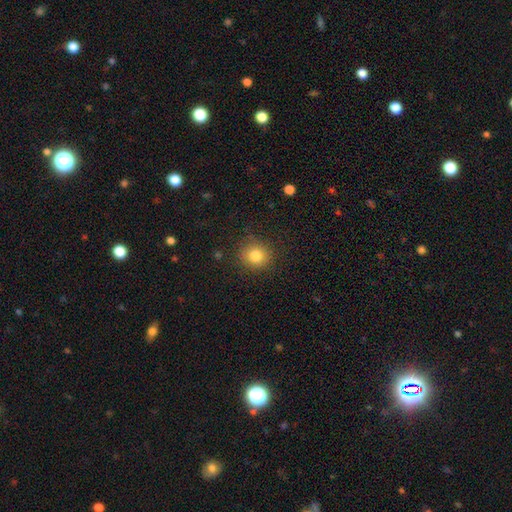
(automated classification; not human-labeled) Smooth or featured? smooth (82%)
How rounded? round (86%)
Merging? none (86%)